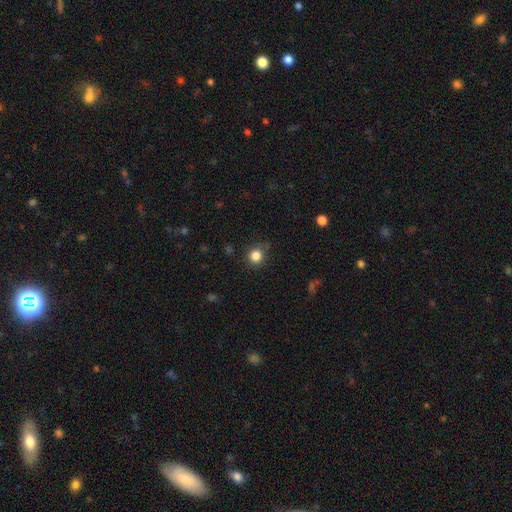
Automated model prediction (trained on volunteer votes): Smooth or featured? Predicted: smooth (p=0.83). How rounded? Predicted: round (p=0.87). Merging? Predicted: none (p=0.75).